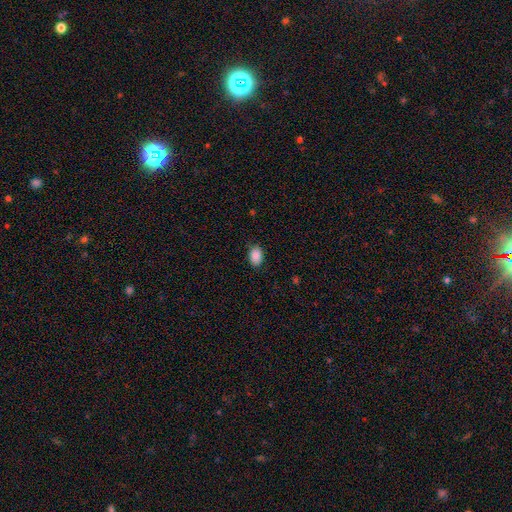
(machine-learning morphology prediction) type=smooth (89%); roundness=in between (85%); merging=none (83%).